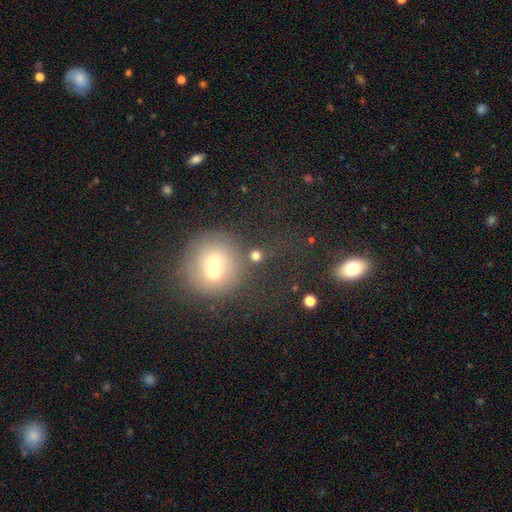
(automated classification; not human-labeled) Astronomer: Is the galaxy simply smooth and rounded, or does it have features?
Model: smooth — 72%.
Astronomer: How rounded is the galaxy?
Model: round — 88%.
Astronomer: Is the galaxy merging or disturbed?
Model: none — 65%.